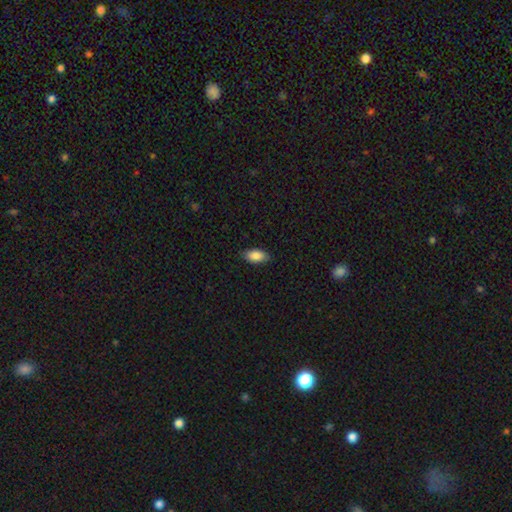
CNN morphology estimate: type=smooth (87%); roundness=in between (92%); merging=none (85%).